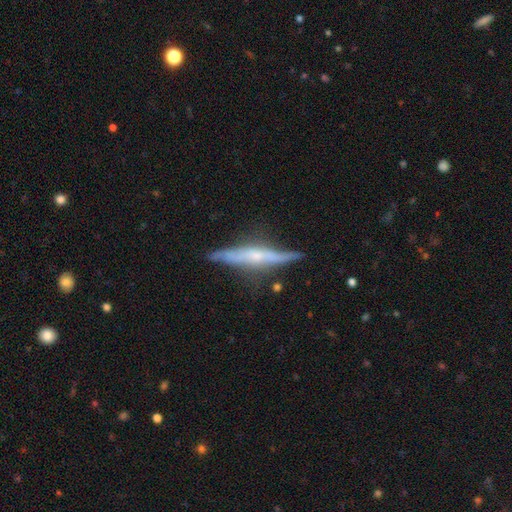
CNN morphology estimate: A featured or disk galaxy (74%) viewed edge-on (93%) with a rounded central bulge (63%).

Vote fractions:
- Smooth or featured? featured or disk: 74% / smooth: 20% / star or artifact: 7%
- Edge-on disk? yes: 93% / no: 7%
- Edge-on bulge? rounded: 63% / none: 21% / boxy: 16%
- Merging? none: 73% / minor disturbance: 19% / major disturbance: 5% / merger: 2%